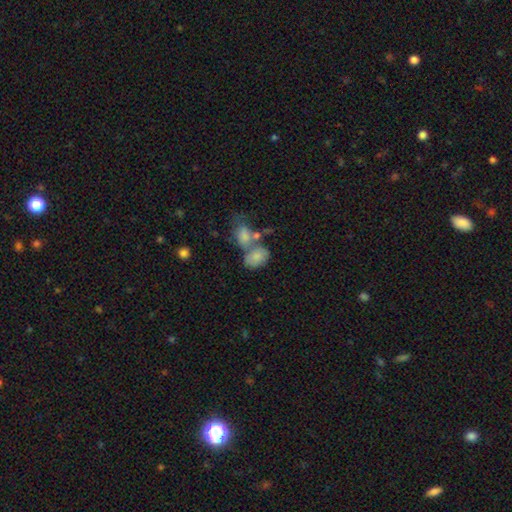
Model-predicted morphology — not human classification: This appears to be a smooth galaxy with no disk features (74%) that is in between round and cigar-shaped (80%). Merging: merger (55%).